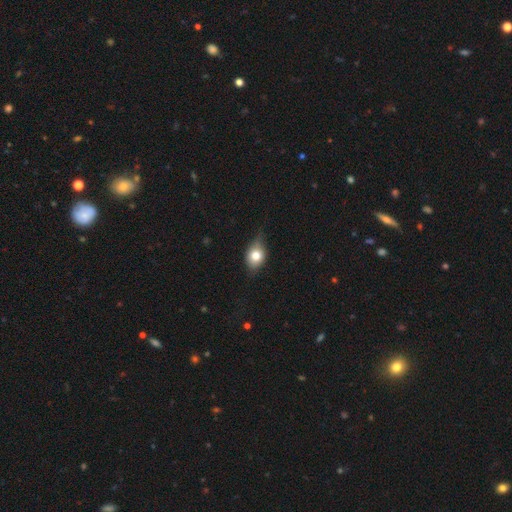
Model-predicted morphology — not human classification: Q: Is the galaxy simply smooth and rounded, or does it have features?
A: smooth — 68%.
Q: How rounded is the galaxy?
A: in between — 61%.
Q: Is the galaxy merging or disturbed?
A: none — 58%.